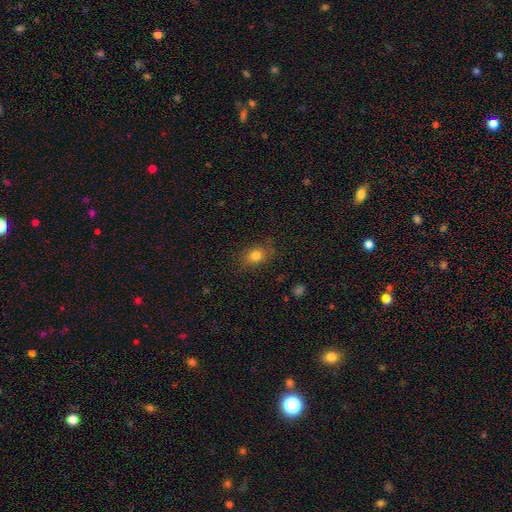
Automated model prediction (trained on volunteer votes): Morphology: type=smooth (80%); roundness=in between (61%); merging=none (80%).